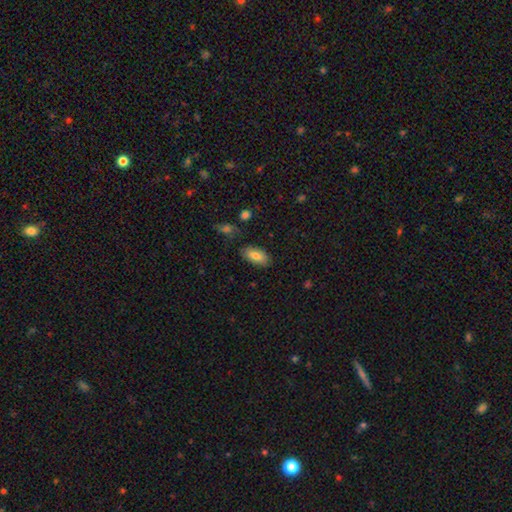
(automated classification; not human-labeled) Q: Smooth or featured?
A: smooth (81%); runner-up: featured or disk (12%)
Q: How rounded?
A: in between (92%); runner-up: cigar-shaped (5%)
Q: Merging?
A: none (81%); runner-up: minor disturbance (13%)